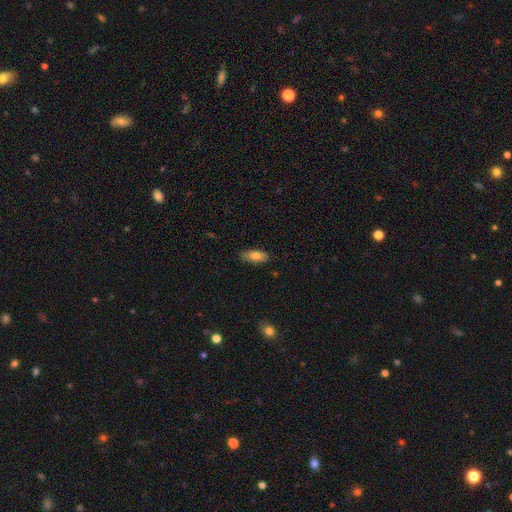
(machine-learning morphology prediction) type=smooth (79%); roundness=in between (78%); merging=none (84%).